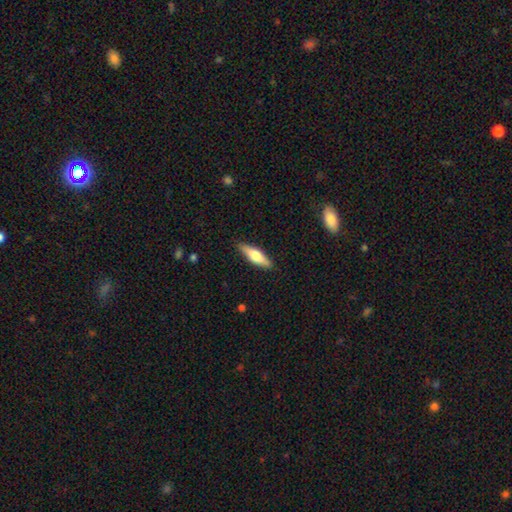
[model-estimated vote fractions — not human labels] This is possibly a smooth galaxy (59%). How rounded: possibly cigar-shaped (56%). Merging: clearly none (88%).